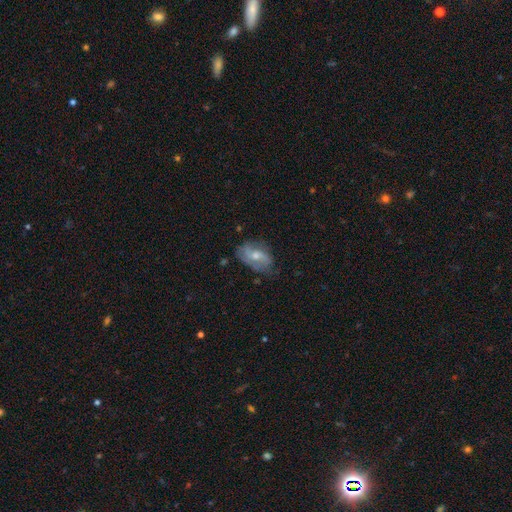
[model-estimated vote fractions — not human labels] This appears to be a featured or disk galaxy (54%) with no bar (55%), spiral arms (76%) and a moderate central bulge (58%). Merging: none (57%).